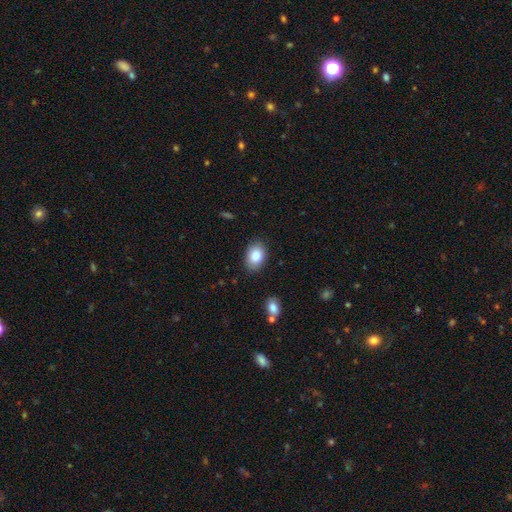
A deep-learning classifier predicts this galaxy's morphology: A smooth galaxy with no disk features (85%) that is in between round and cigar-shaped (81%).

Vote fractions:
- Smooth or featured? smooth: 85% / star or artifact: 7% / featured or disk: 7%
- How rounded? in between: 81% / round: 18% / cigar-shaped: 1%
- Merging? none: 86% / minor disturbance: 11% / major disturbance: 2% / merger: 1%